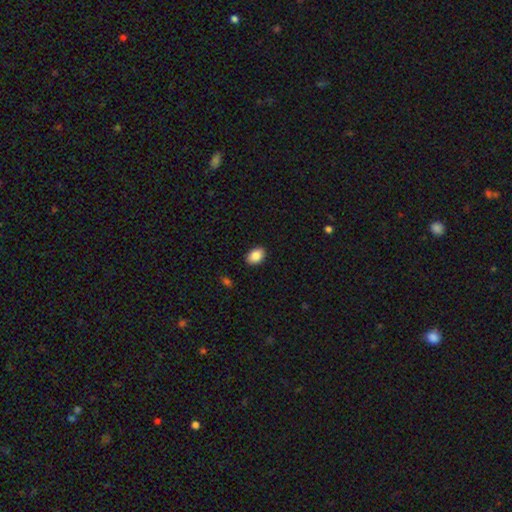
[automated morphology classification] The model was most divided on "how rounded": in between: 83%, round: 16%, cigar-shaped: 1%. More confident: merging — none (89%); smooth or featured — smooth (88%).